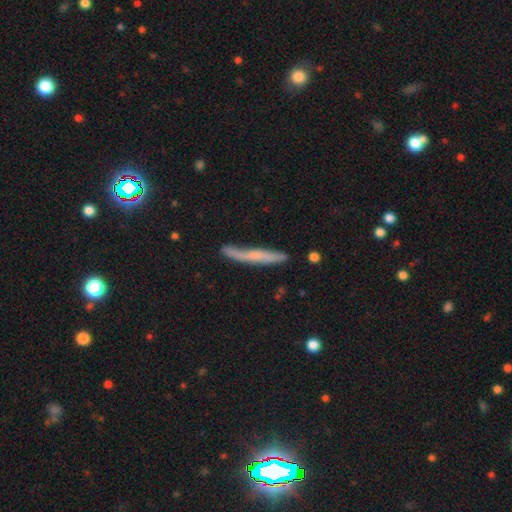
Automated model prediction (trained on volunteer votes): Q: Smooth or featured?
A: featured or disk (46%); runner-up: smooth (43%)
Q: Merging?
A: none (68%); runner-up: minor disturbance (23%)